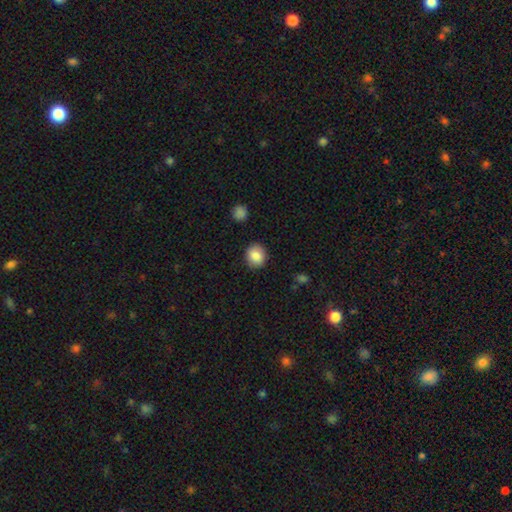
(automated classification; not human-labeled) smooth-or-featured: smooth: 86% | star or artifact: 8% | featured or disk: 6%
  how-rounded: round: 73% | in between: 26% | cigar-shaped: 1%
  merging: none: 88% | minor disturbance: 8% | major disturbance: 2% | merger: 1%